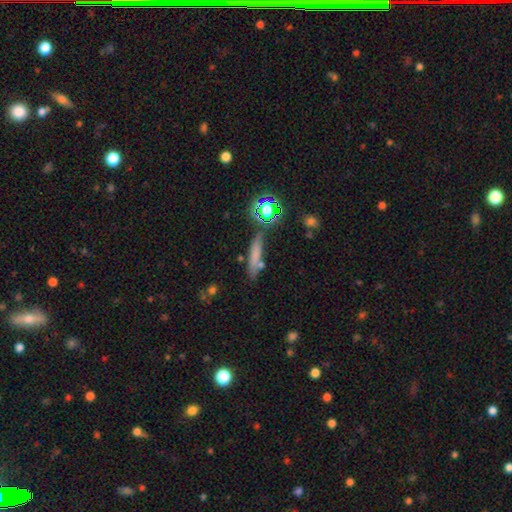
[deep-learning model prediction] Smooth or featured? Predicted: smooth (p=0.65). How rounded? Predicted: cigar-shaped (p=0.79). Merging? Predicted: none (p=0.72).